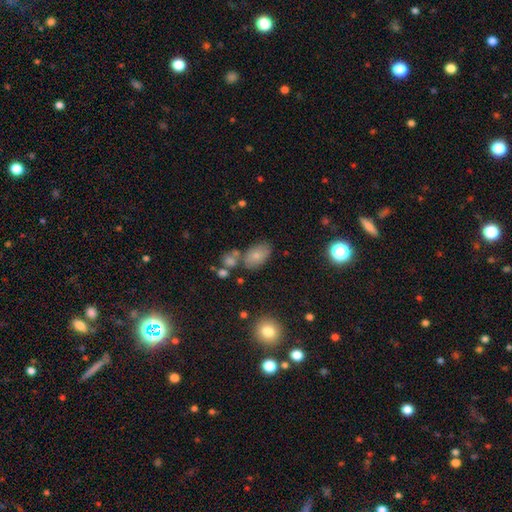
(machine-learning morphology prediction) Smooth or featured? smooth (73%)
How rounded? in between (89%)
Merging? none (64%)